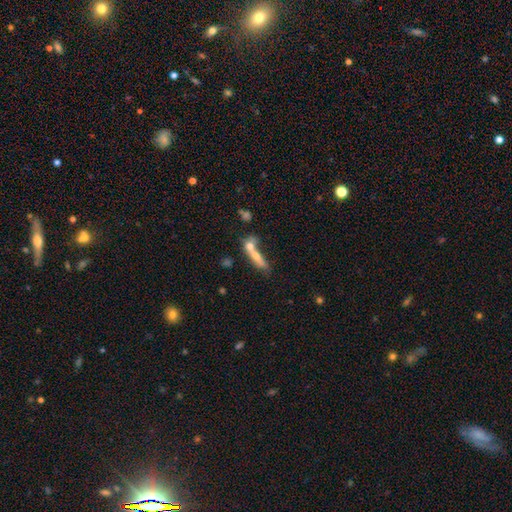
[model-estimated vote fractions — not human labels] Smooth or featured? Predicted: smooth (p=0.59). How rounded? Predicted: cigar-shaped (p=0.65). Merging? Predicted: merger (p=0.51).